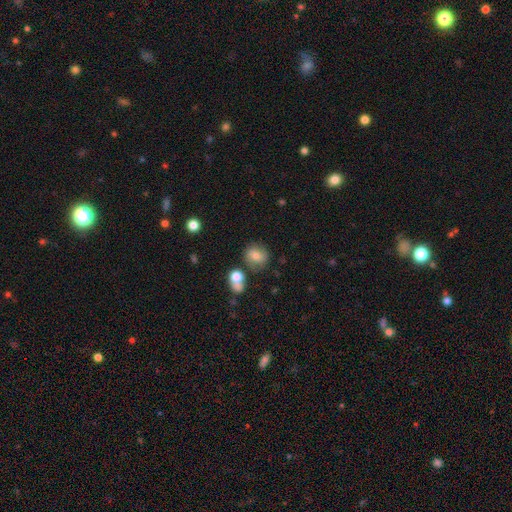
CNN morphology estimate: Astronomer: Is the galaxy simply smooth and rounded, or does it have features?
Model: smooth — 69%.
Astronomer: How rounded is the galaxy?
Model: round — 78%.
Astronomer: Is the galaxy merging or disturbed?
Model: none — 70%.